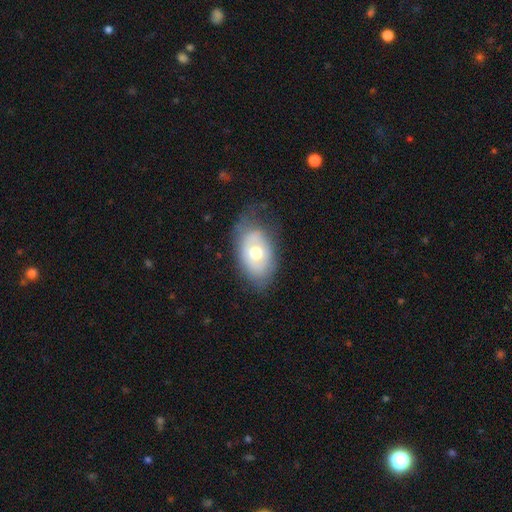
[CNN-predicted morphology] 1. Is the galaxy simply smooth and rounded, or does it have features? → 47% featured or disk, 45% smooth, 8% star or artifact.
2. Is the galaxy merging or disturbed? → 64% none, 25% minor disturbance, 10% major disturbance, 1% merger.